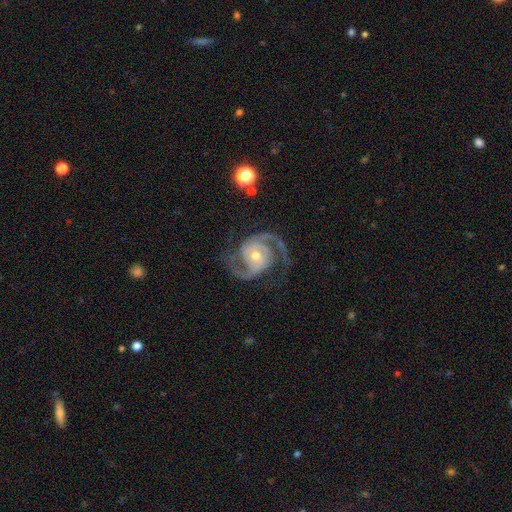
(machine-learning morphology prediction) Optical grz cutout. It shows a featured or disk galaxy (93%) with no bar (63%), 2 (92%) medium (59%) spiral arms (98%) and a moderate central bulge (60%). Merging: none (77%).